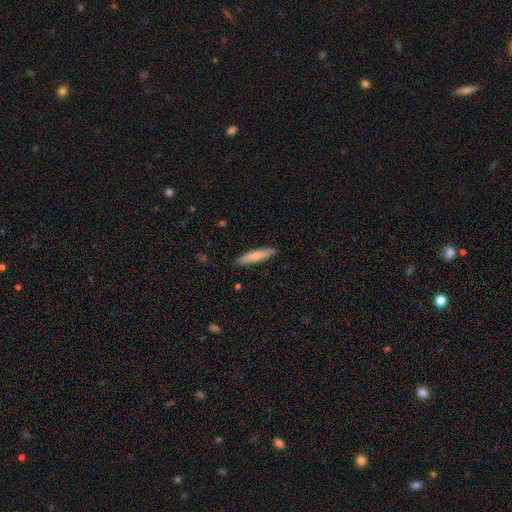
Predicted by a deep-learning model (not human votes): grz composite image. It shows a smooth galaxy with no disk features (69%) that is cigar-shaped (84%). Merging: none (88%).